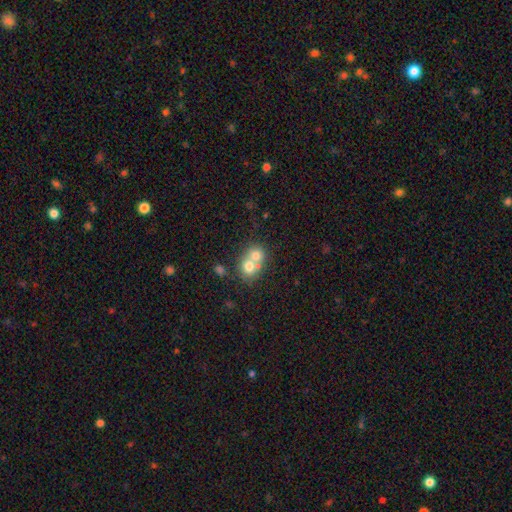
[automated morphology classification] smooth 67%, featured or disk 22%, star or artifact 10%. Down the decision tree: how rounded — round (72%); merging — merger (69%).